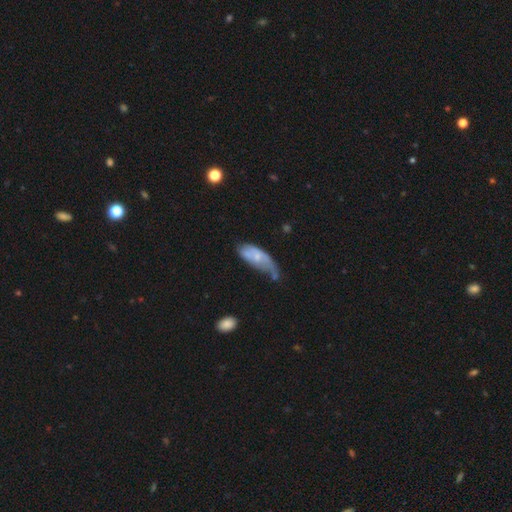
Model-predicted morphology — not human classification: smooth_or_featured: smooth (p=0.55) [alt: featured or disk p=0.38]
how_rounded: in between (p=0.79) [alt: cigar-shaped p=0.19]
merging: minor disturbance (p=0.37) [alt: major disturbance p=0.29]